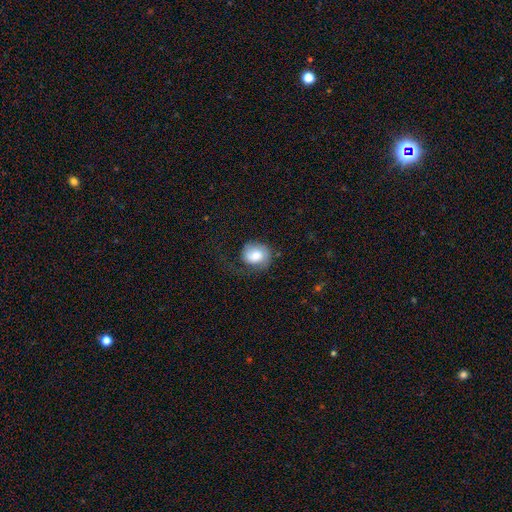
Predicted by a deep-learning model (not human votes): This appears to be a smooth galaxy with no disk features (58%) that is round (67%). Merging: none (47%).